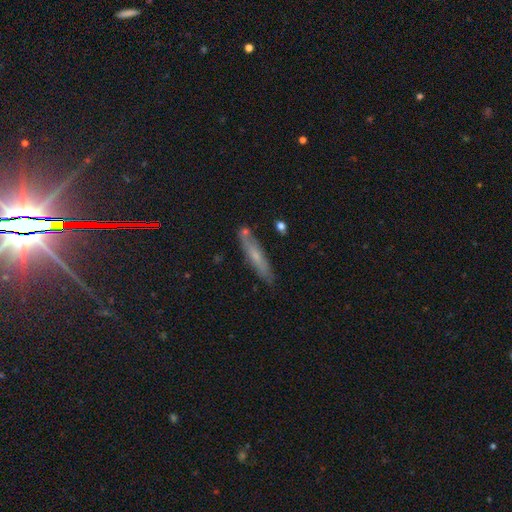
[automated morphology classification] smooth_or_featured: smooth (p=0.53) [alt: featured or disk p=0.38]
how_rounded: cigar-shaped (p=0.88) [alt: in between p=0.10]
merging: none (p=0.79) [alt: minor disturbance p=0.14]